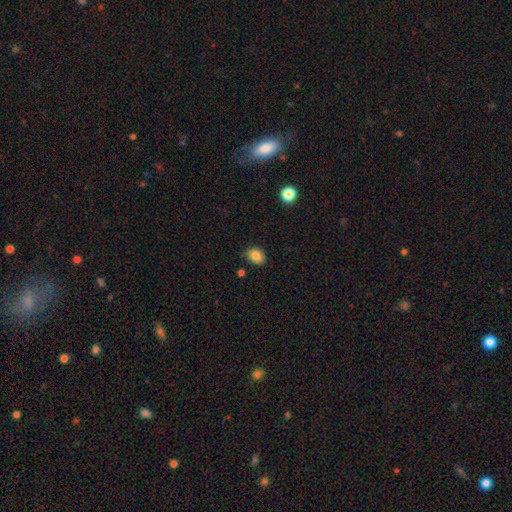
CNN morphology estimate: This appears to be a smooth galaxy with no disk features (85%) that is in between round and cigar-shaped (58%). Merging: none (78%).